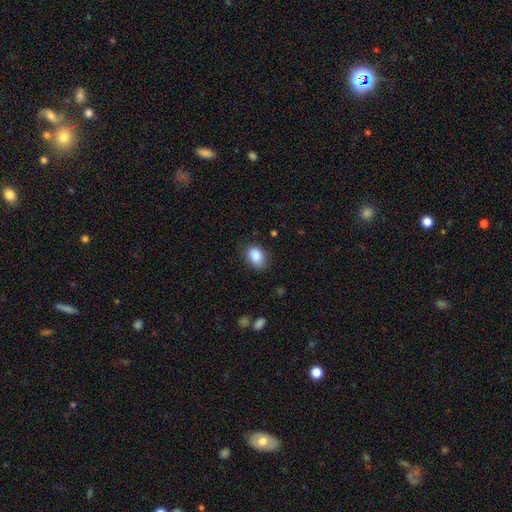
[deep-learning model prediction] Morphology: type=smooth (88%); roundness=in between (76%); merging=none (80%).